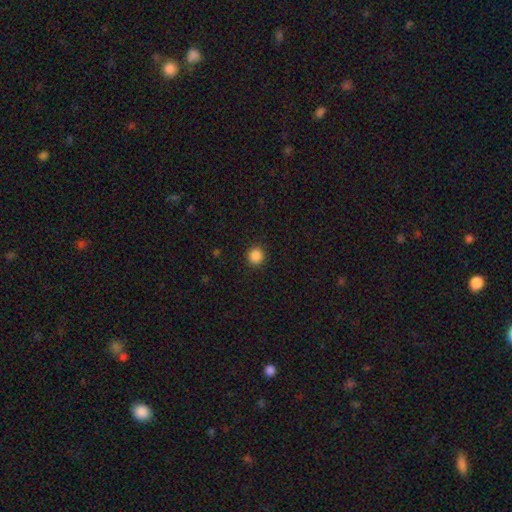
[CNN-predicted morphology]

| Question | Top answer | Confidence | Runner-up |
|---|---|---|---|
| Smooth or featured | smooth | 87% | star or artifact (10%) |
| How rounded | round | 92% | in between (7%) |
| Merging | none | 91% | minor disturbance (6%) |